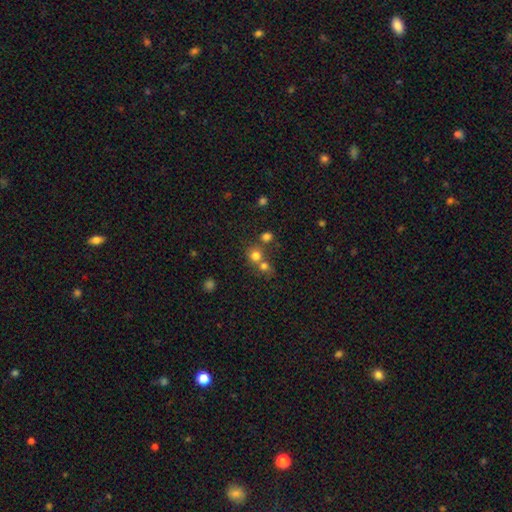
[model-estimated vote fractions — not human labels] Smooth or featured: smooth — 74% (star or artifact — 17%)
How rounded: round — 86% (in between — 13%)
Merging: none — 48% (merger — 43%)